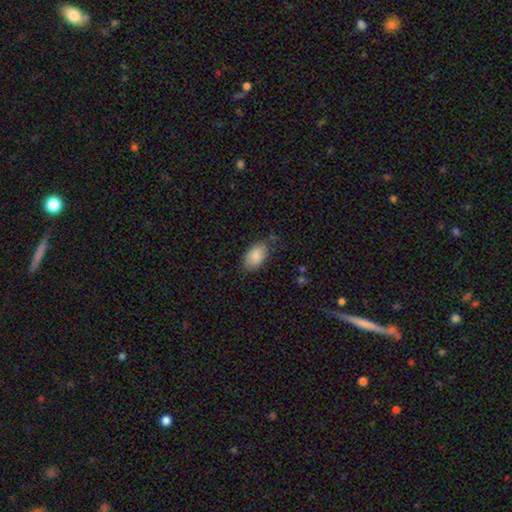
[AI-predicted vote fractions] Smooth or featured? Predicted: smooth (p=0.87). How rounded? Predicted: in between (p=0.94). Merging? Predicted: none (p=0.72).